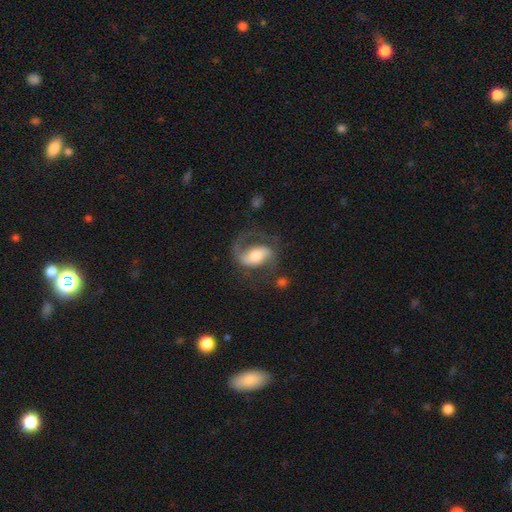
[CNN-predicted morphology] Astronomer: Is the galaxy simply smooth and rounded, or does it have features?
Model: featured or disk — 77%.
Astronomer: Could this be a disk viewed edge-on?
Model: no — 96%.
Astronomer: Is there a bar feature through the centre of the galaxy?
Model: strong — 38% (runner-up: weak, 37%).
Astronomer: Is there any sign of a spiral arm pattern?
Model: yes — 91%.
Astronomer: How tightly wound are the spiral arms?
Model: medium — 48% (runner-up: loose, 36%).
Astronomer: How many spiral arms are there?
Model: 2 — 67%.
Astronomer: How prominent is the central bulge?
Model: moderate — 57%.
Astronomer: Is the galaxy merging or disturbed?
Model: none — 54%.